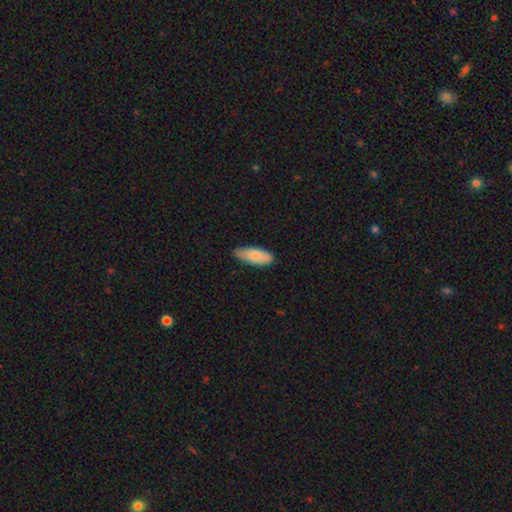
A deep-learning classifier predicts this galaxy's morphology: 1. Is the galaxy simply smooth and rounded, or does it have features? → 85% smooth, 10% featured or disk, 5% star or artifact.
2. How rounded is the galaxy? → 75% in between, 23% cigar-shaped, 2% round.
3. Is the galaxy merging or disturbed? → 72% none, 24% minor disturbance, 3% major disturbance, 1% merger.